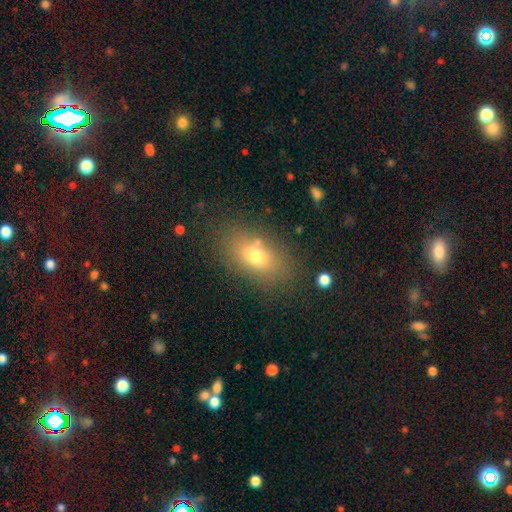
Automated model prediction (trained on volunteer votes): This is likely a smooth galaxy (72%). How rounded: clearly in between (85%). Merging: likely none (78%).